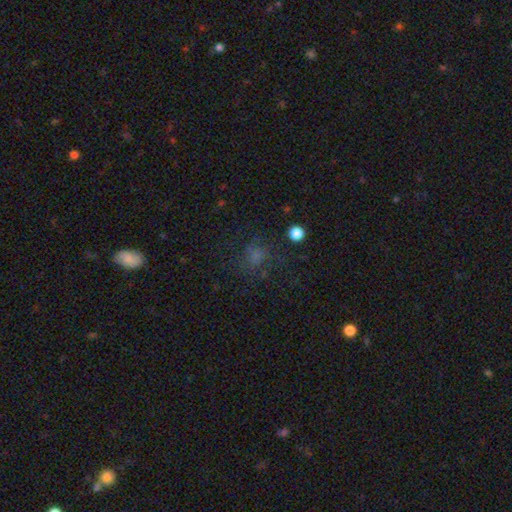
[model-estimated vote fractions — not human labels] smooth 56%, star or artifact 26%, featured or disk 18%. Down the decision tree: how rounded — round (74%); merging — none (63%).